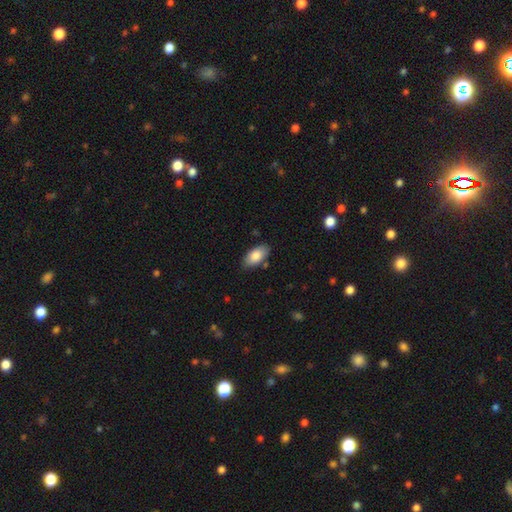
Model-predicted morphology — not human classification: This appears to be a smooth galaxy with no disk features (84%) that is in between round and cigar-shaped (94%). Merging: none (82%).